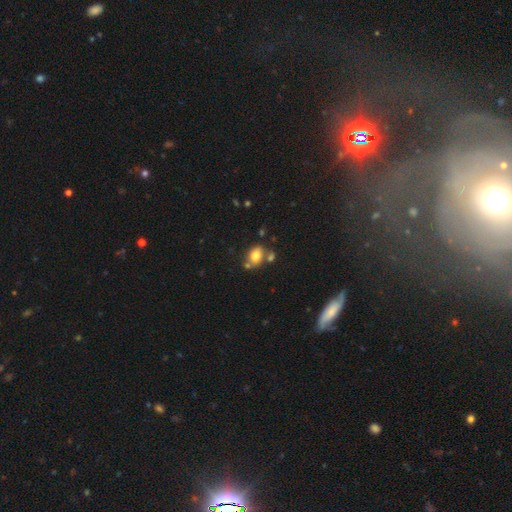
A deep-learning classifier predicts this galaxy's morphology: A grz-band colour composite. It shows a smooth galaxy with no disk features (78%) that is in between round and cigar-shaped (70%). Merging: none (55%).